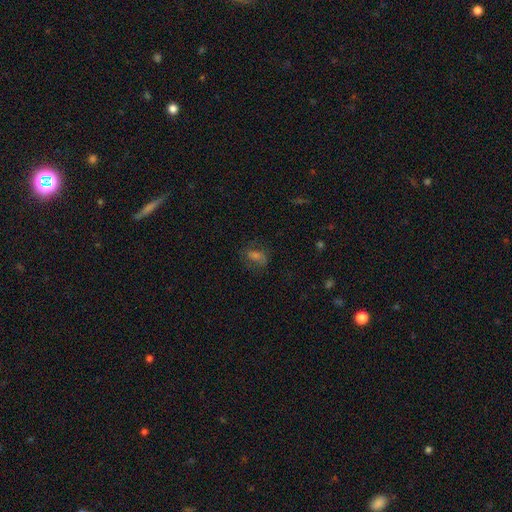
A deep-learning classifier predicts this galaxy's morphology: The model was most divided on "smooth or featured": smooth: 47%, featured or disk: 27%, star or artifact: 26%. More confident: merging — none (69%).